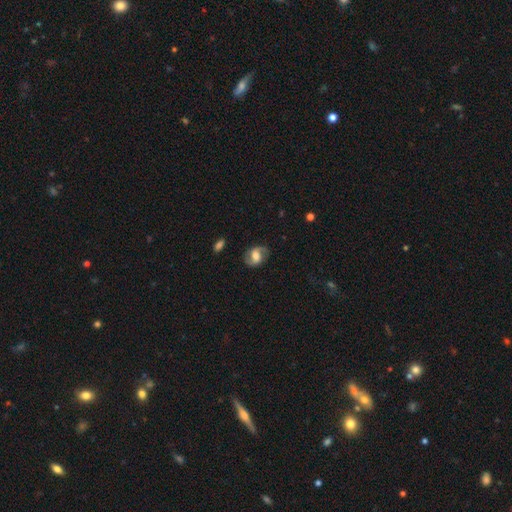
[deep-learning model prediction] The model was most divided on "spiral winding": medium: 44%, loose: 40%, tight: 16%. Remaining: edge-on disk — no (96%); spiral arm count — 2 (91%); spiral arms — yes (90%); merging — none (81%); smooth or featured — featured or disk (71%); bulge size — moderate (56%); bar — weak (46%).